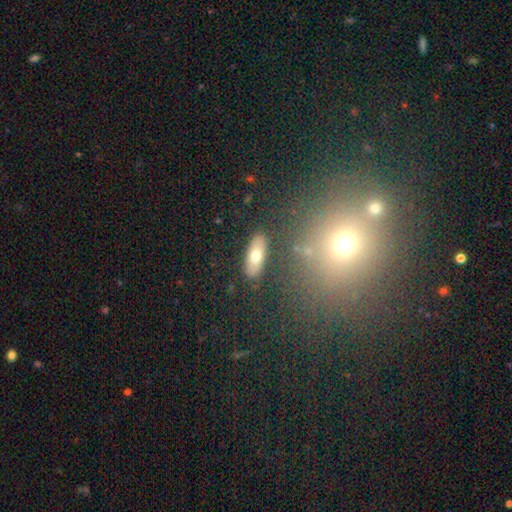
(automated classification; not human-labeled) Smooth or featured?
  - smooth: 69% *
  - featured or disk: 23%
  - star or artifact: 8%
How rounded?
  - in between: 78% *
  - cigar-shaped: 19%
  - round: 3%
Merging?
  - none: 85% *
  - minor disturbance: 9%
  - major disturbance: 3%
  - merger: 2%